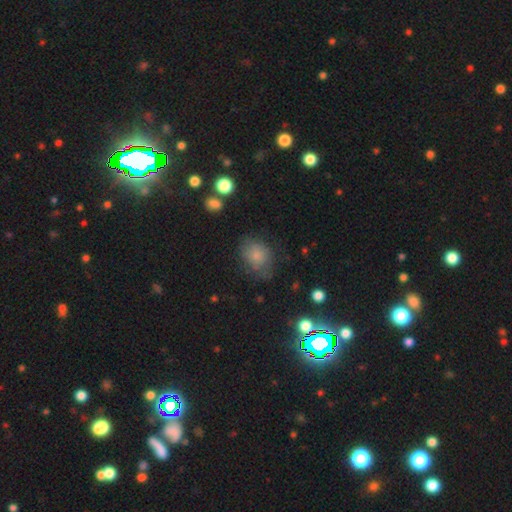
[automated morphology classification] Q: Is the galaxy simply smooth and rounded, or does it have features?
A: smooth — 60%.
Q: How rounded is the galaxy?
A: round — 54%.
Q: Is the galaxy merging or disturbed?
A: none — 68%.